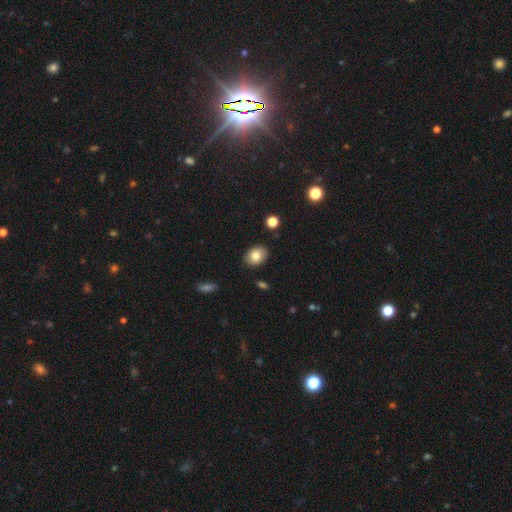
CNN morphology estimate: smooth_or_featured: smooth (p=0.83) [alt: featured or disk p=0.09]
how_rounded: in between (p=0.63) [alt: round p=0.36]
merging: none (p=0.88) [alt: minor disturbance p=0.08]